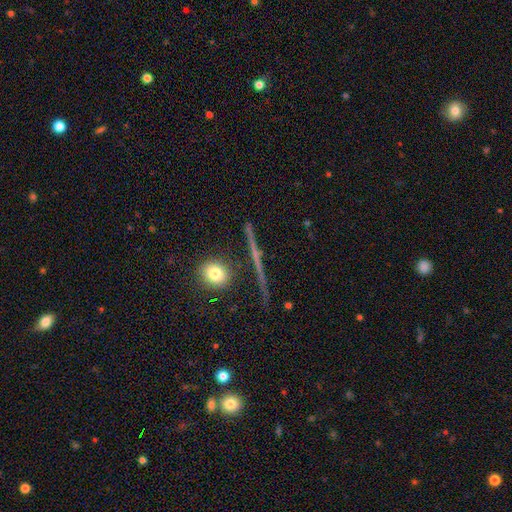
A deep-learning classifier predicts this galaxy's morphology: featured or disk 51%, smooth 29%, star or artifact 19%. Down the decision tree: edge-on disk — yes (93%); merging — none (88%).